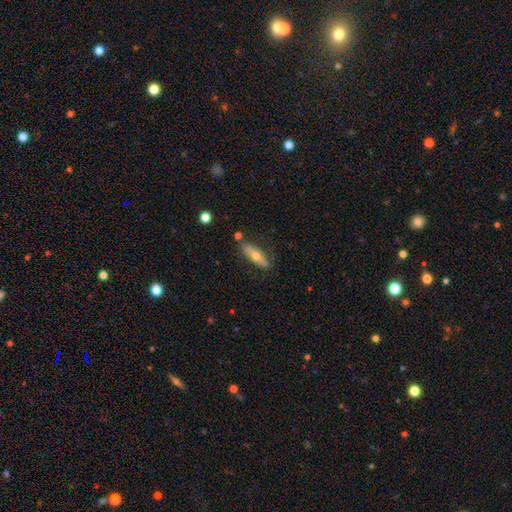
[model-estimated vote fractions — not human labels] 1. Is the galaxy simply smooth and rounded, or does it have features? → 51% smooth, 42% featured or disk, 7% star or artifact.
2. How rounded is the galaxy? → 52% cigar-shaped, 46% in between, 3% round.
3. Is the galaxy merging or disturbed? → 78% none, 15% minor disturbance, 4% merger, 3% major disturbance.